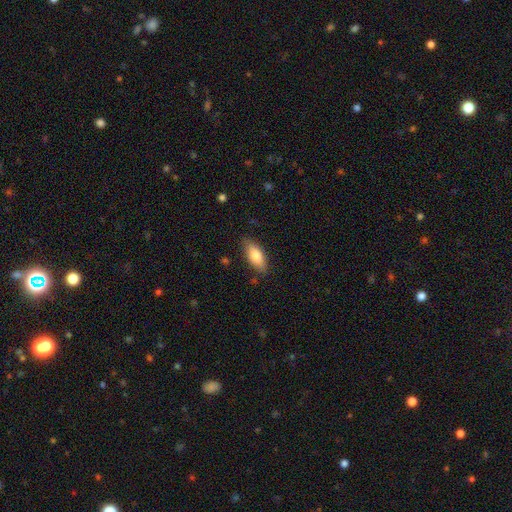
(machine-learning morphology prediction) smooth_or_featured: smooth (p=0.78) [alt: featured or disk p=0.15]
how_rounded: in between (p=0.82) [alt: cigar-shaped p=0.16]
merging: none (p=0.81) [alt: minor disturbance p=0.14]